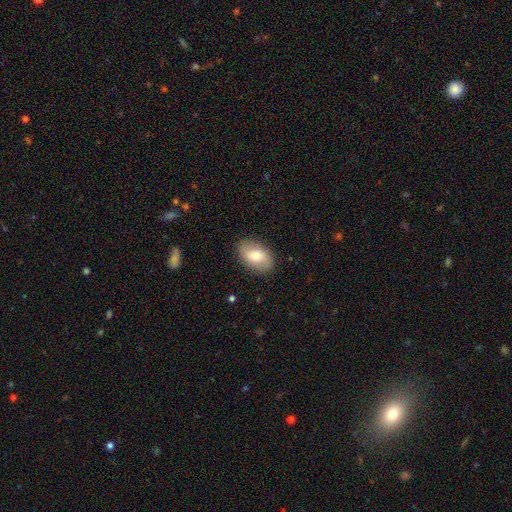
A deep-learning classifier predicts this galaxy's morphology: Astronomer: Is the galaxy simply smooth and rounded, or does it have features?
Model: smooth — 69%.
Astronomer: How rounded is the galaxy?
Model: in between — 89%.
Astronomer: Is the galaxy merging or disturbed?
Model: none — 86%.